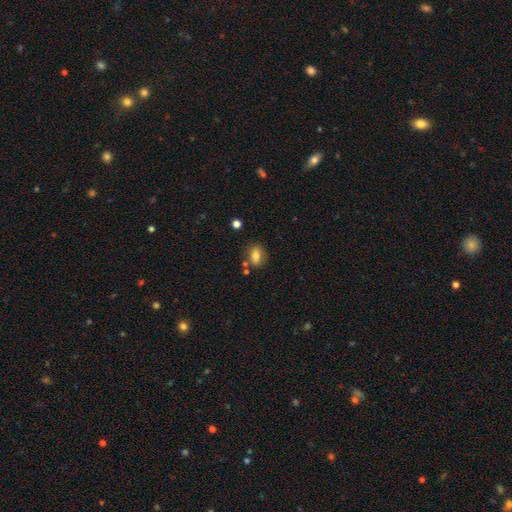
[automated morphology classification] Smooth or featured: smooth — 79% (featured or disk — 12%)
How rounded: in between — 79% (round — 15%)
Merging: none — 73% (minor disturbance — 15%)